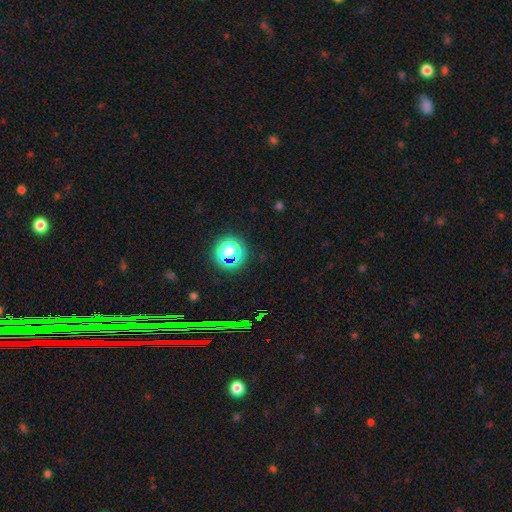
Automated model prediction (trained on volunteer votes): A star or artifact, not a galaxy (76%).